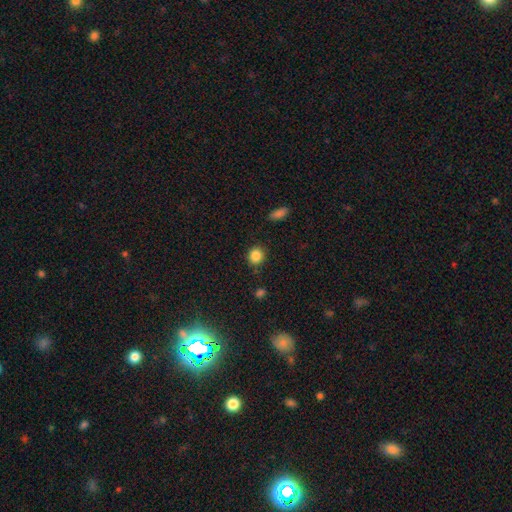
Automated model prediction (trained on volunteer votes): Overall: smooth (86%). How rounded: round (84%). Merging: none (86%).